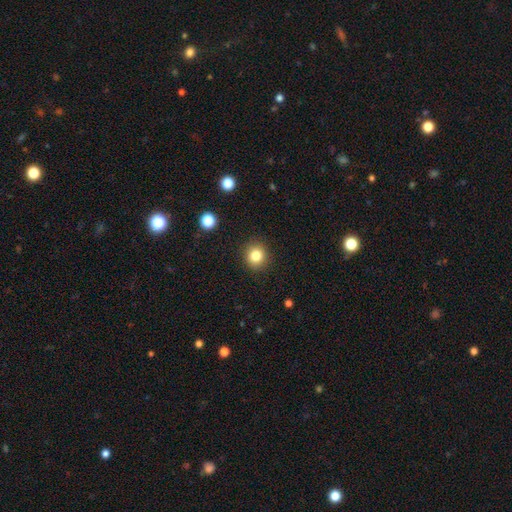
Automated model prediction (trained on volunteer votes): Smooth or featured? Predicted: smooth (p=0.82). How rounded? Predicted: round (p=0.87). Merging? Predicted: none (p=0.90).